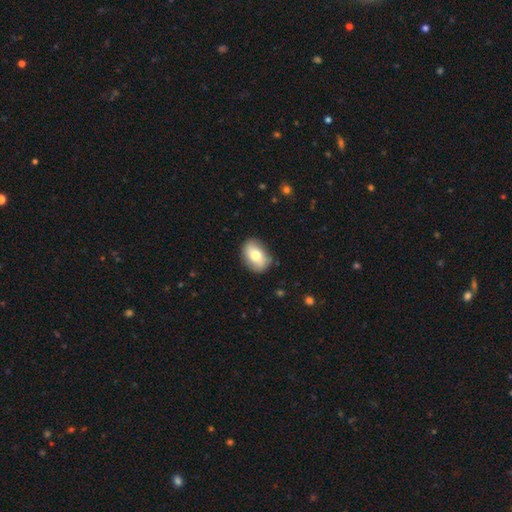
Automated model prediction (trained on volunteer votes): This is likely a smooth galaxy (72%). How rounded: clearly in between (81%). Merging: clearly none (83%).